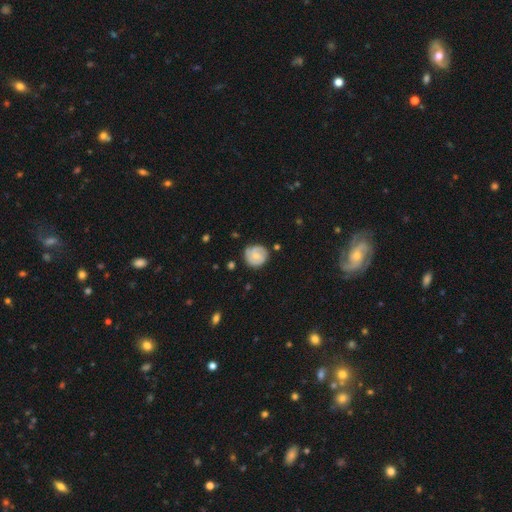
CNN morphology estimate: type=featured or disk (56%); edge-on=no (98%); bar=no (63%); spiral arms=yes (89%); bulge=small (57%); merging=none (76%).